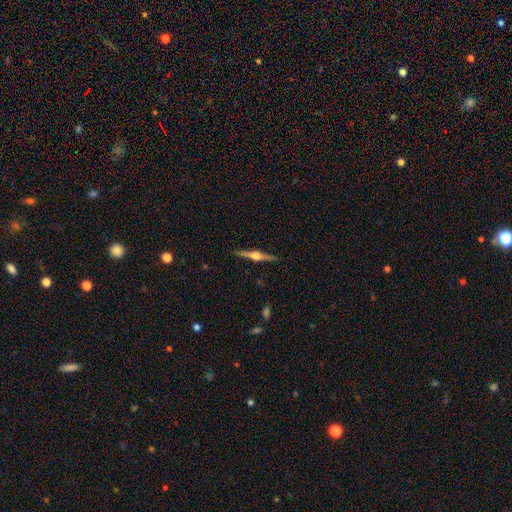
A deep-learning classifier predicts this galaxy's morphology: smooth-or-featured: featured or disk: 82% | smooth: 12% | star or artifact: 6%
  disk-edge-on: yes: 99% | no: 1%
    edge-on-bulge: rounded: 93% | boxy: 5% | none: 2%
  merging: none: 91% | minor disturbance: 6% | major disturbance: 1% | merger: 1%